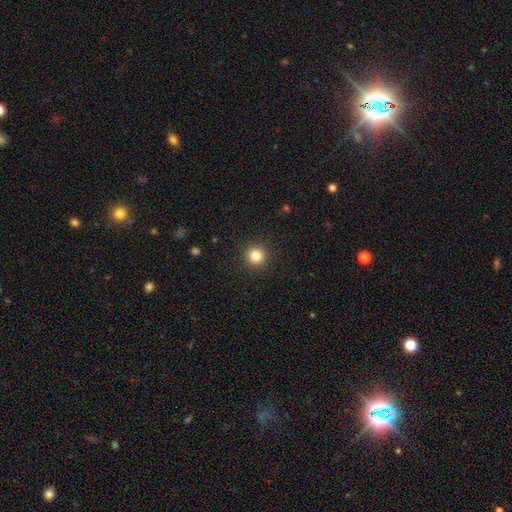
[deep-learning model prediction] A smooth galaxy with no disk features (83%) that is round (95%).

Vote fractions:
- Smooth or featured? smooth: 83% / star or artifact: 12% / featured or disk: 5%
- How rounded? round: 95% / in between: 4% / cigar-shaped: 1%
- Merging? none: 92% / minor disturbance: 5% / major disturbance: 2% / merger: 1%